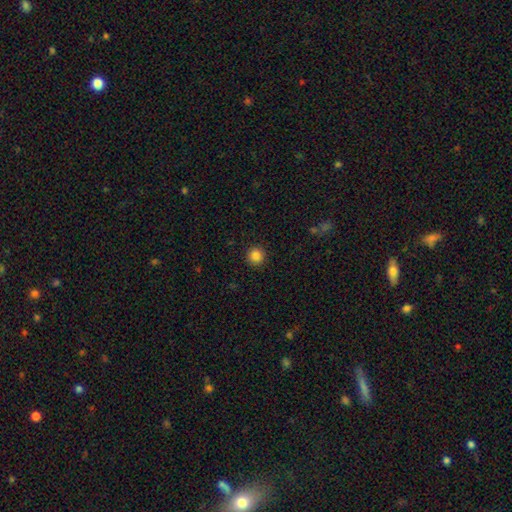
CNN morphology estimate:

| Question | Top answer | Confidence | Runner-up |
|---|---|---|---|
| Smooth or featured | smooth | 85% | star or artifact (11%) |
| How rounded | round | 95% | in between (4%) |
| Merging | none | 93% | minor disturbance (5%) |